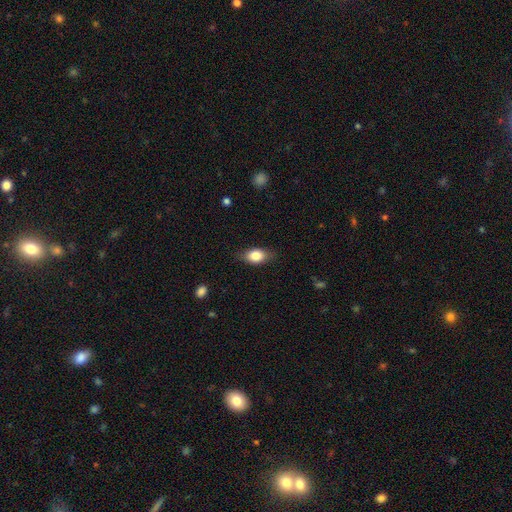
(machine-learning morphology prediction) The model was most divided on "merging": none: 80%, minor disturbance: 16%, major disturbance: 4%, merger: 1%. More confident: how rounded — in between (83%); smooth or featured — smooth (80%).